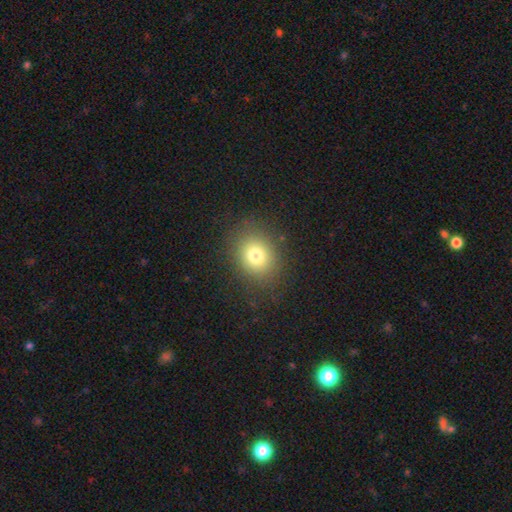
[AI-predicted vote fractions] smooth-or-featured: smooth: 76% | star or artifact: 14% | featured or disk: 10%
  how-rounded: round: 61% | in between: 38% | cigar-shaped: 1%
  merging: none: 85% | minor disturbance: 9% | major disturbance: 5% | merger: 1%